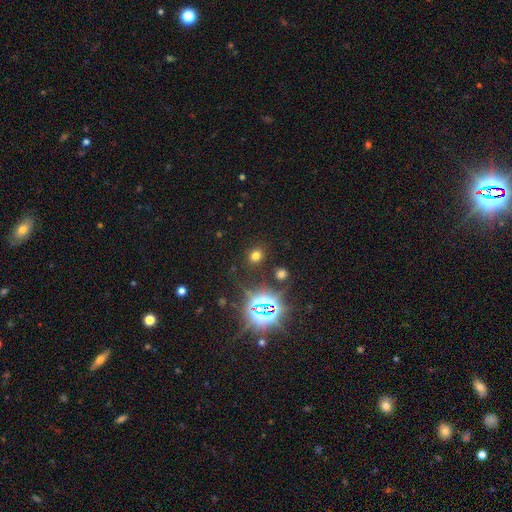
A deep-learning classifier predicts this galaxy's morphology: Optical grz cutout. It shows a smooth galaxy with no disk features (63%) that is round (63%). Merging: none (85%).